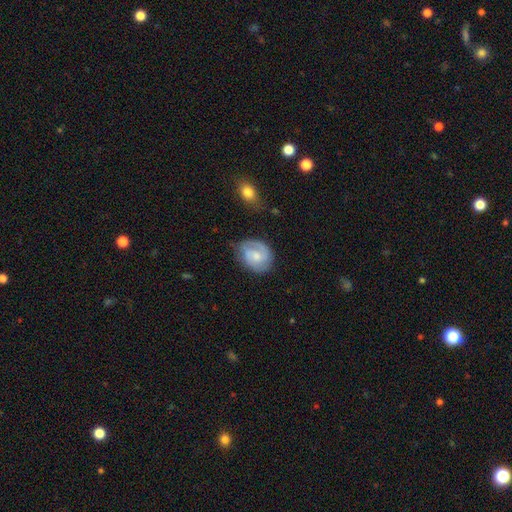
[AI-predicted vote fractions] This appears to be a featured or disk galaxy (69%) with no bar (56%), 2 (61%) tight (50%) spiral arms (92%) and a moderate central bulge (44%). Merging: none (67%).